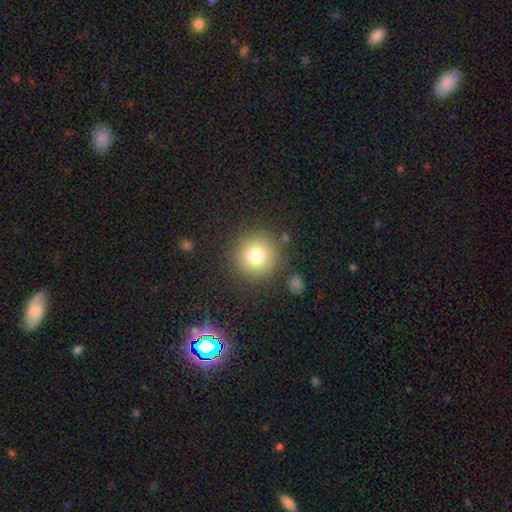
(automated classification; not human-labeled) This is likely a smooth galaxy (78%). How rounded: clearly round (95%). Merging: clearly none (86%).